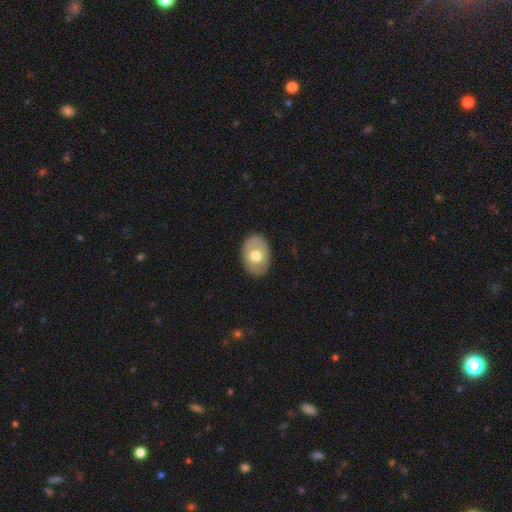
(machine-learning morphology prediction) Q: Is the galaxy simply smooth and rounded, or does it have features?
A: smooth — 62%.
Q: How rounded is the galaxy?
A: in between — 76%.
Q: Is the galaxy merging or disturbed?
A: none — 87%.